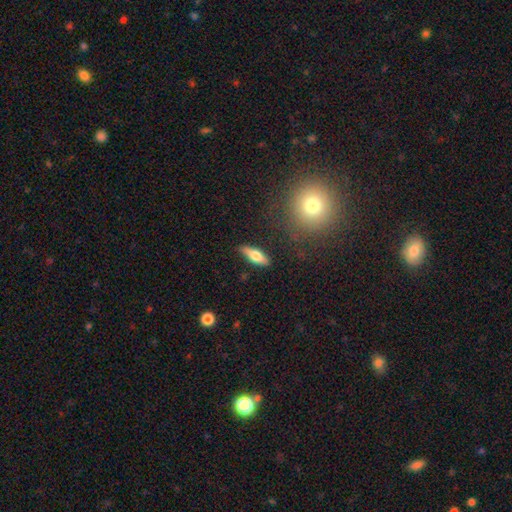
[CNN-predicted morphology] A smooth galaxy with no disk features (65%) that is in between round and cigar-shaped (56%).

Vote fractions:
- Smooth or featured? smooth: 65% / featured or disk: 28% / star or artifact: 6%
- How rounded? in between: 56% / cigar-shaped: 41% / round: 3%
- Merging? none: 85% / minor disturbance: 11% / major disturbance: 2% / merger: 2%